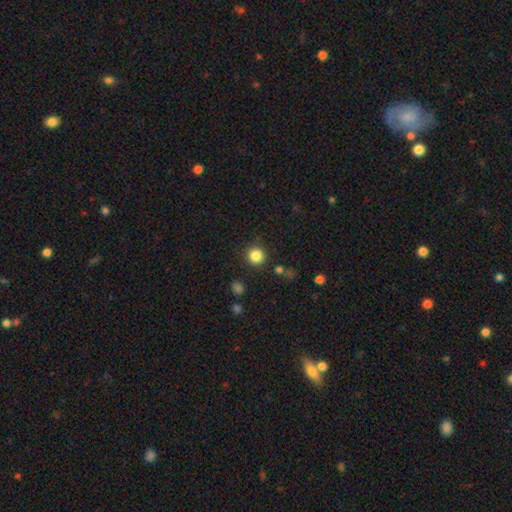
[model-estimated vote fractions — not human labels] smooth-or-featured: smooth: 84% | star or artifact: 11% | featured or disk: 4%
  how-rounded: round: 94% | in between: 5% | cigar-shaped: 1%
  merging: none: 89% | minor disturbance: 6% | major disturbance: 3% | merger: 2%